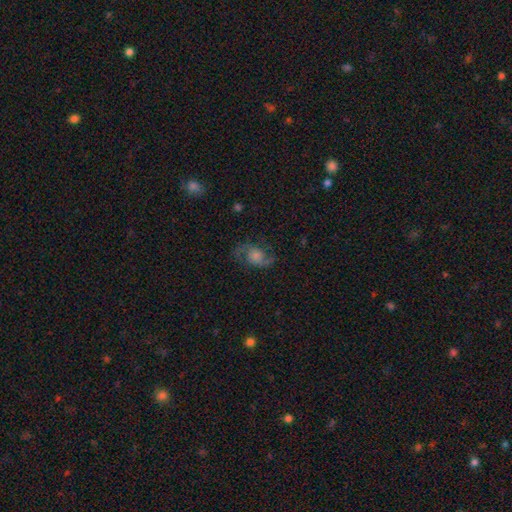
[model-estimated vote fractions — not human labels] A featured or disk galaxy (77%) with no bar (66%), 2 (91%) medium (49%) spiral arms (95%) and a moderate central bulge (36%).

Vote fractions:
- Smooth or featured? featured or disk: 77% / smooth: 13% / star or artifact: 10%
- Edge-on disk? no: 96% / yes: 4%
- Bar? no: 66% / weak: 29% / strong: 5%
- Spiral arms? yes: 95% / no: 5%
- Spiral winding? medium: 49% / loose: 39% / tight: 12%
- Spiral arm count? 2: 91% / can't tell: 3% / 1: 2% / 3: 1% / 4: 1% / more than 4: 1%
- Bulge size? moderate: 36% / small: 27% / large: 20% / none: 13% / dominant: 3%
- Merging? none: 77% / minor disturbance: 14% / major disturbance: 8% / merger: 1%